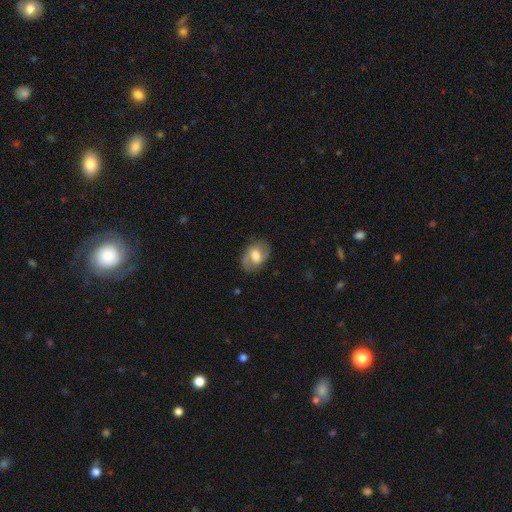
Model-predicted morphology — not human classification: Smooth or featured? featured or disk (56%)
Edge-on disk? no (95%)
Bar? weak (45%)
Spiral arms? yes (78%)
Bulge size? moderate (55%)
Merging? none (78%)